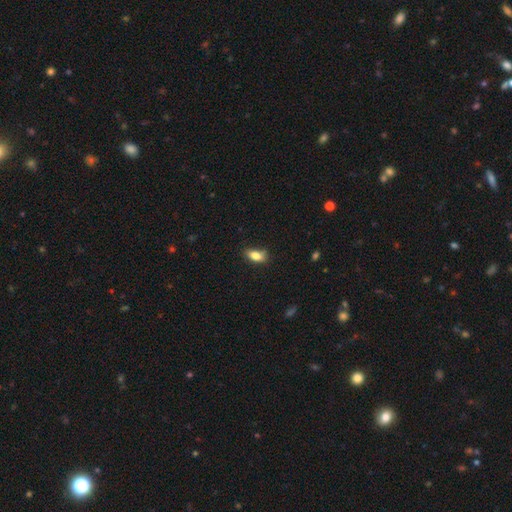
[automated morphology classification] Overall: smooth (82%). How rounded: in between (87%). Merging: none (70%).